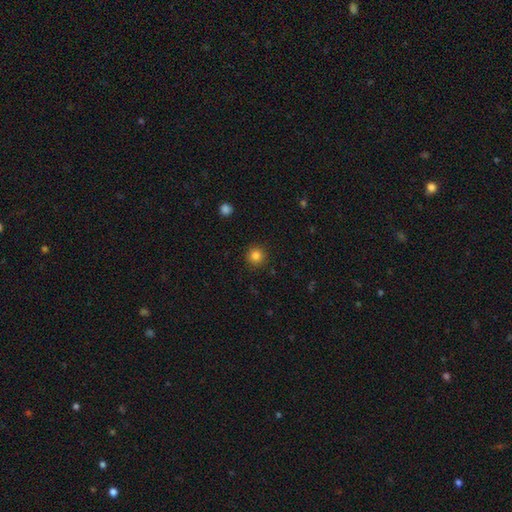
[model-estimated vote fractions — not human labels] Smooth or featured? Predicted: smooth (p=0.83). How rounded? Predicted: round (p=0.95). Merging? Predicted: none (p=0.91).